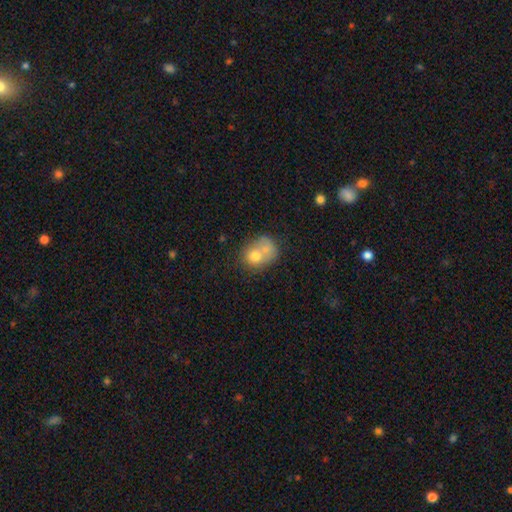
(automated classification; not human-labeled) Smooth or featured: smooth — 68% (featured or disk — 23%)
How rounded: round — 62% (in between — 37%)
Merging: merger — 62% (none — 22%)